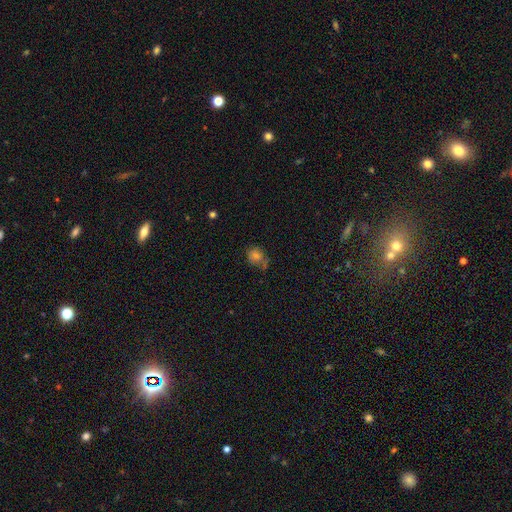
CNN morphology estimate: Smooth or featured? smooth (55%)
How rounded? round (65%)
Merging? none (55%)